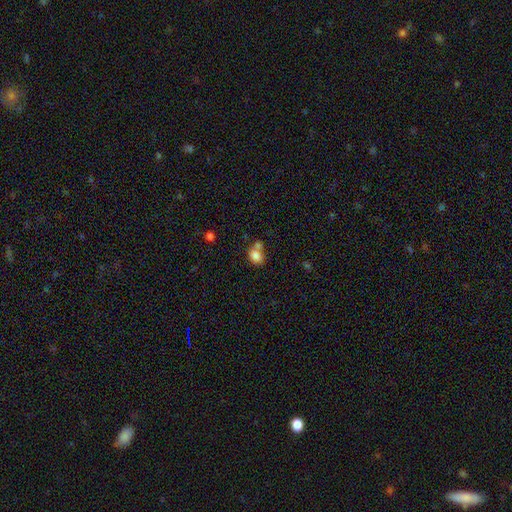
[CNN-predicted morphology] Smooth or featured?
  - smooth: 82% *
  - star or artifact: 10%
  - featured or disk: 8%
How rounded?
  - round: 53% *
  - in between: 46%
  - cigar-shaped: 1%
Merging?
  - none: 49% *
  - merger: 34%
  - minor disturbance: 13%
  - major disturbance: 5%